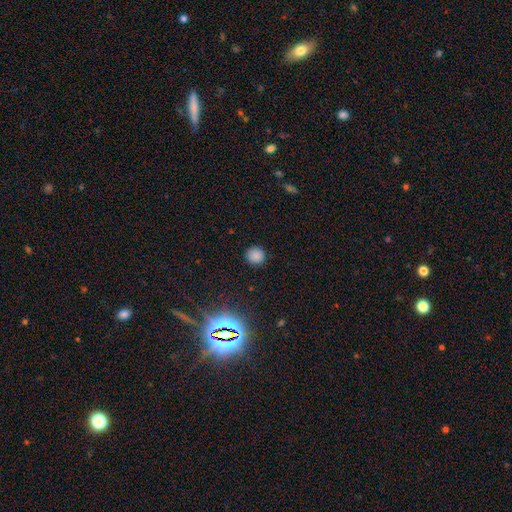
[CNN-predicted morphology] smooth 81%, star or artifact 15%, featured or disk 4%. Down the decision tree: how rounded — round (91%); merging — none (89%).